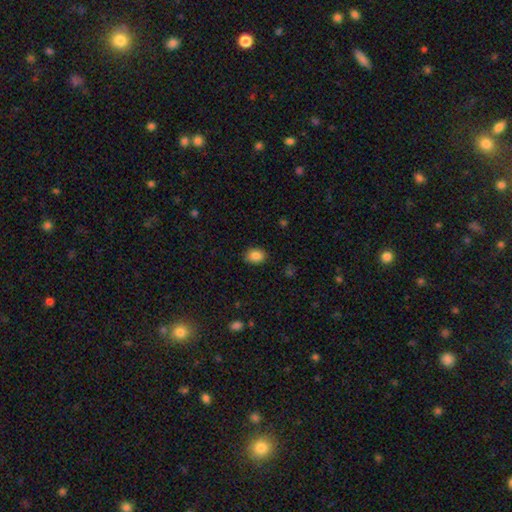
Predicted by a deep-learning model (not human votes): This is clearly a smooth galaxy (86%). How rounded: likely in between (68%). Merging: clearly none (83%).